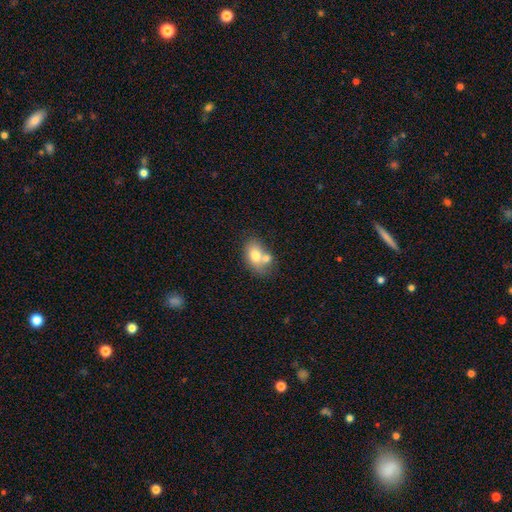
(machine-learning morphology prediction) A smooth galaxy with no disk features (72%) that is in between round and cigar-shaped (78%).

Vote fractions:
- Smooth or featured? smooth: 72% / featured or disk: 20% / star or artifact: 8%
- How rounded? in between: 78% / round: 21% / cigar-shaped: 1%
- Merging? merger: 47% / none: 35% / minor disturbance: 13% / major disturbance: 5%